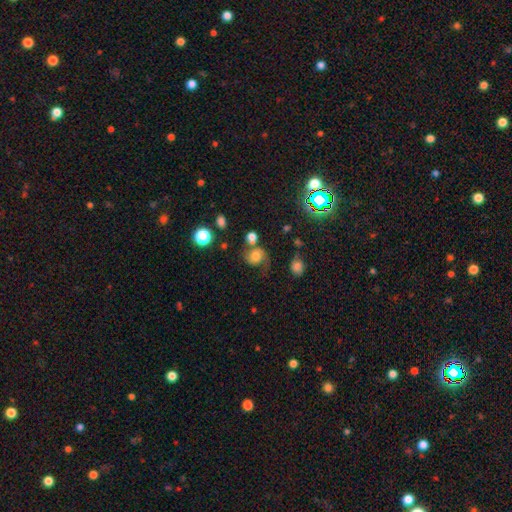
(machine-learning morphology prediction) Smooth or featured? smooth (50%)
Merging? none (44%)